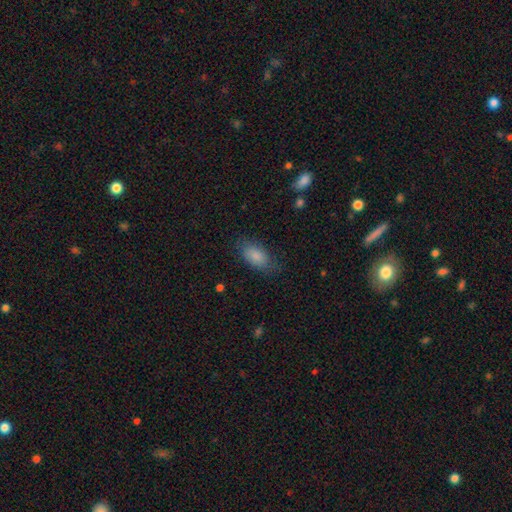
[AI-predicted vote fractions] Morphology: type=smooth (85%); roundness=in between (92%); merging=none (75%).